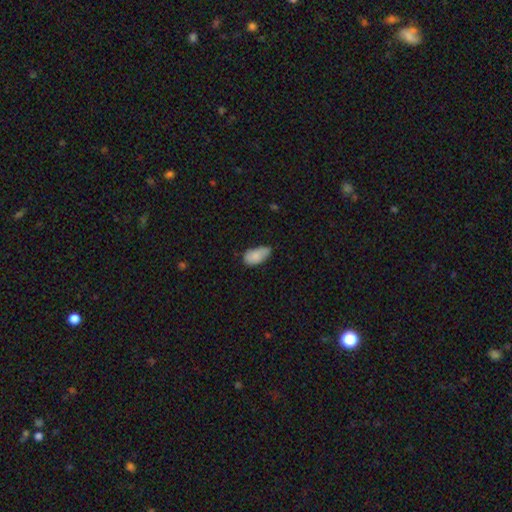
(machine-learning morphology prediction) Smooth or featured: smooth — 84% (featured or disk — 9%)
How rounded: in between — 94% (round — 3%)
Merging: none — 52% (minor disturbance — 39%)